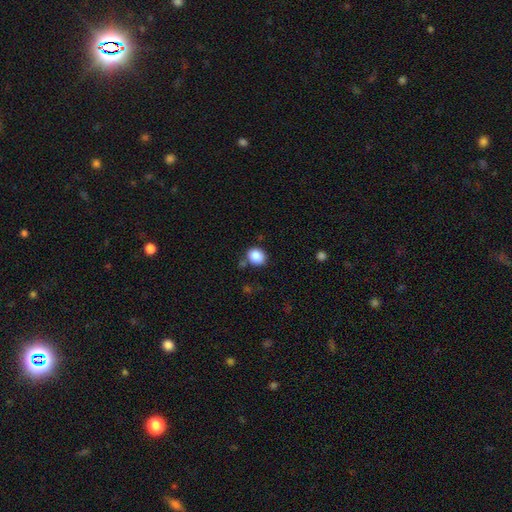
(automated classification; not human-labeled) smooth 86%, star or artifact 9%, featured or disk 4%. Down the decision tree: how rounded — round (69%); merging — none (79%).